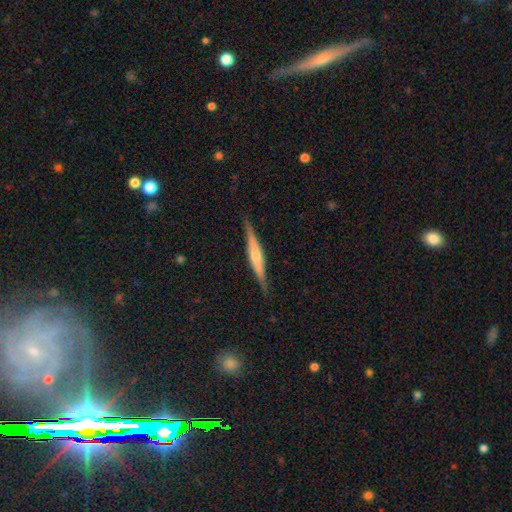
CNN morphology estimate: Q: Smooth or featured?
A: featured or disk (69%); runner-up: smooth (26%)
Q: Edge-on disk?
A: yes (97%); runner-up: no (3%)
Q: Edge-on bulge?
A: rounded (71%); runner-up: boxy (19%)
Q: Merging?
A: none (88%); runner-up: minor disturbance (9%)